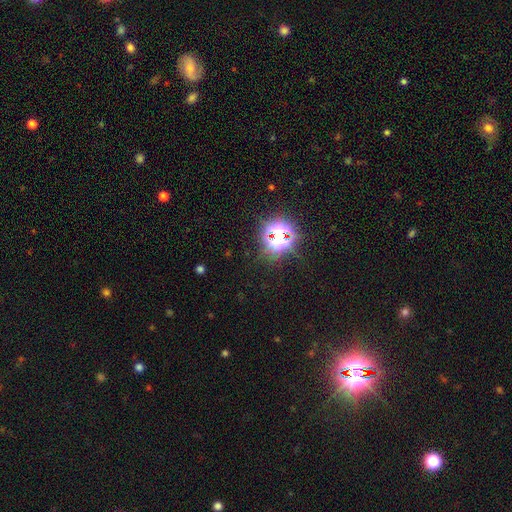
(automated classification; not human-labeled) Smooth or featured?
  - star or artifact: 77% *
  - smooth: 17%
  - featured or disk: 6%